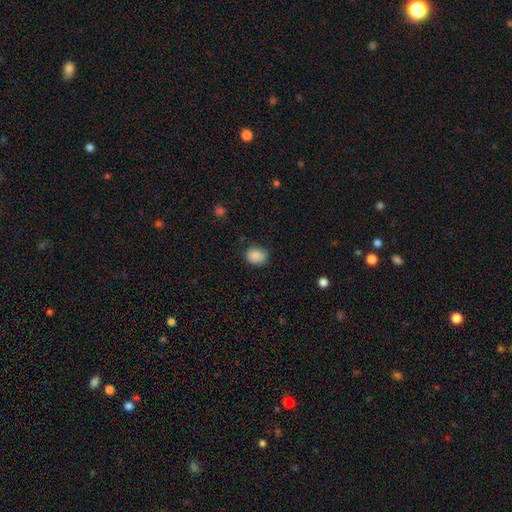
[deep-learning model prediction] Smooth or featured?
  - smooth: 87% *
  - star or artifact: 8%
  - featured or disk: 5%
How rounded?
  - round: 53% *
  - in between: 46%
  - cigar-shaped: 1%
Merging?
  - none: 75% *
  - minor disturbance: 20%
  - major disturbance: 4%
  - merger: 1%